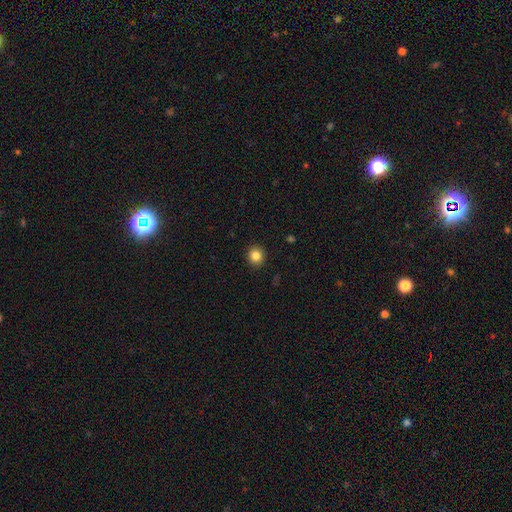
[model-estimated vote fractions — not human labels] smooth_or_featured: smooth (p=0.84) [alt: star or artifact p=0.11]
how_rounded: round (p=0.87) [alt: in between p=0.12]
merging: none (p=0.92) [alt: minor disturbance p=0.05]